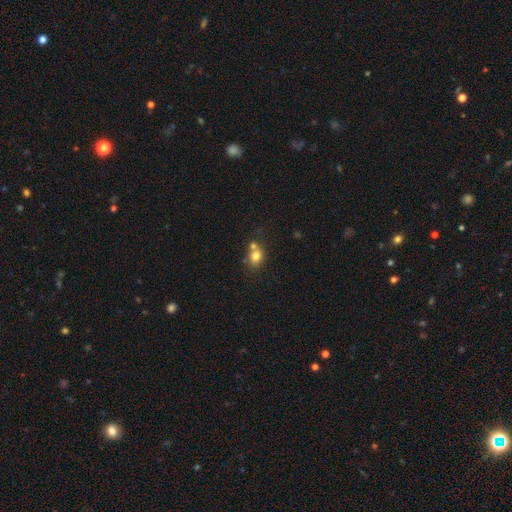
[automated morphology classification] Overall: smooth (77%). How rounded: round (62%; in between 37%). Merging: none (46%; merger 39%).